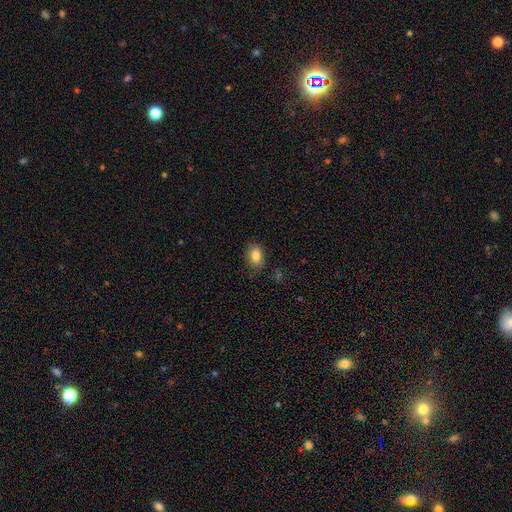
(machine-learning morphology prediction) Overall: smooth (85%). How rounded: in between (79%). Merging: none (78%).